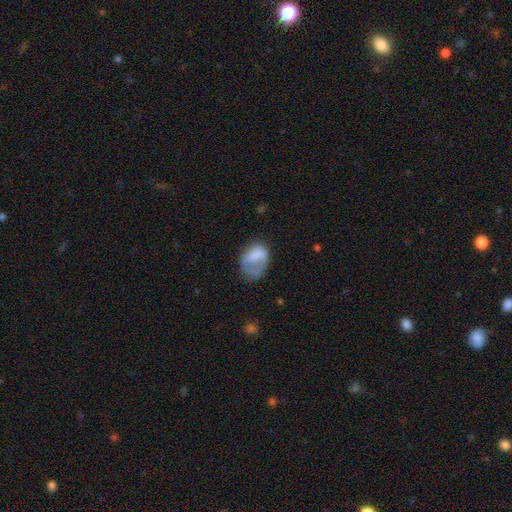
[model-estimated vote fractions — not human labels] Q: Smooth or featured?
A: smooth (67%); runner-up: featured or disk (25%)
Q: How rounded?
A: in between (72%); runner-up: round (26%)
Q: Merging?
A: major disturbance (37%); runner-up: none (33%)